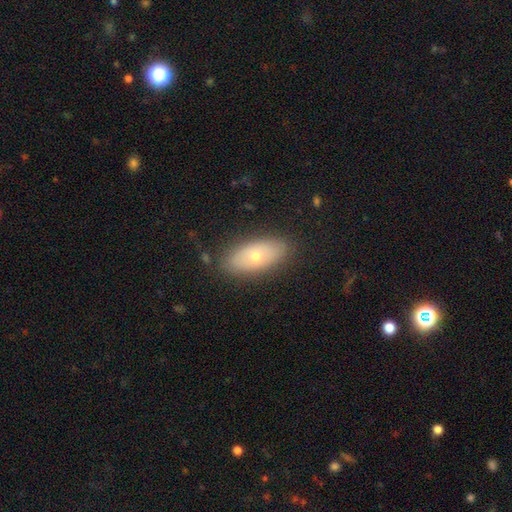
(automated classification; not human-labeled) smooth_or_featured: smooth (p=0.61) [alt: featured or disk p=0.32]
how_rounded: in between (p=0.88) [alt: cigar-shaped p=0.08]
merging: none (p=0.84) [alt: minor disturbance p=0.12]